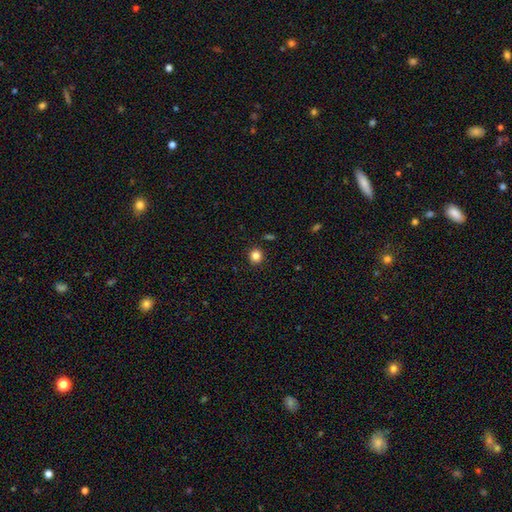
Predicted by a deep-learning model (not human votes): Q: Smooth or featured?
A: smooth (84%); runner-up: star or artifact (12%)
Q: How rounded?
A: round (91%); runner-up: in between (9%)
Q: Merging?
A: none (91%); runner-up: minor disturbance (5%)